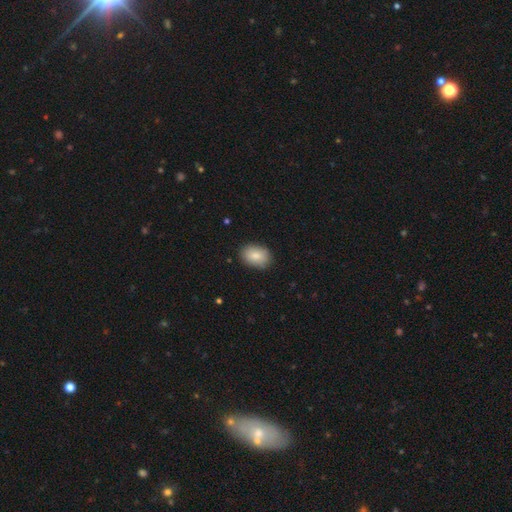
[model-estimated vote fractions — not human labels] A smooth galaxy with no disk features (85%) that is in between round and cigar-shaped (82%).

Vote fractions:
- Smooth or featured? smooth: 85% / featured or disk: 8% / star or artifact: 7%
- How rounded? in between: 82% / round: 17% / cigar-shaped: 1%
- Merging? none: 86% / minor disturbance: 11% / major disturbance: 2% / merger: 1%